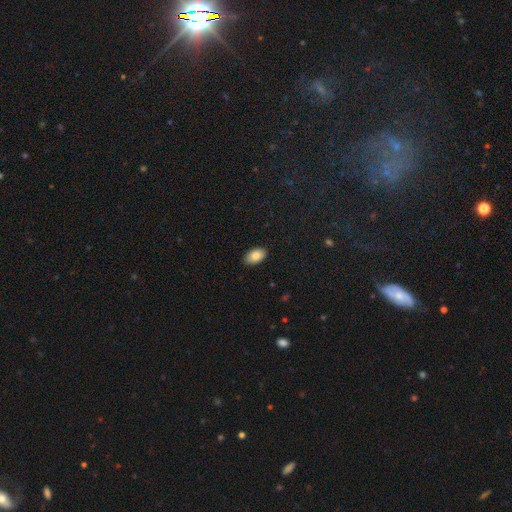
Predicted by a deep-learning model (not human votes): smooth-or-featured: smooth: 83% | featured or disk: 9% | star or artifact: 7%
  how-rounded: in between: 93% | round: 5% | cigar-shaped: 1%
  merging: none: 88% | minor disturbance: 9% | major disturbance: 2% | merger: 1%